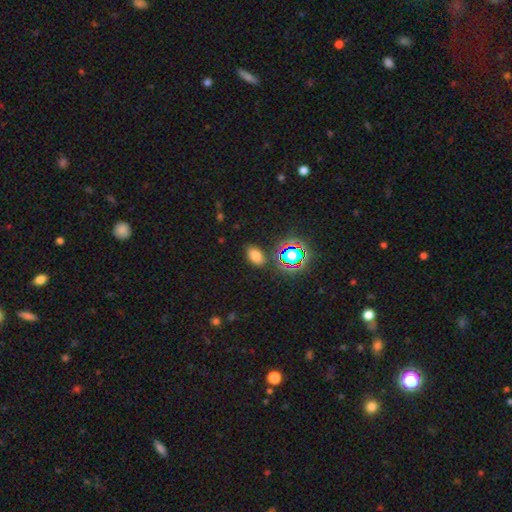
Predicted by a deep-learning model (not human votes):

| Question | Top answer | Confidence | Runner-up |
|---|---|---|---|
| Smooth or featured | smooth | 71% | star or artifact (22%) |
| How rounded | in between | 86% | round (12%) |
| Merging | none | 81% | minor disturbance (12%) |